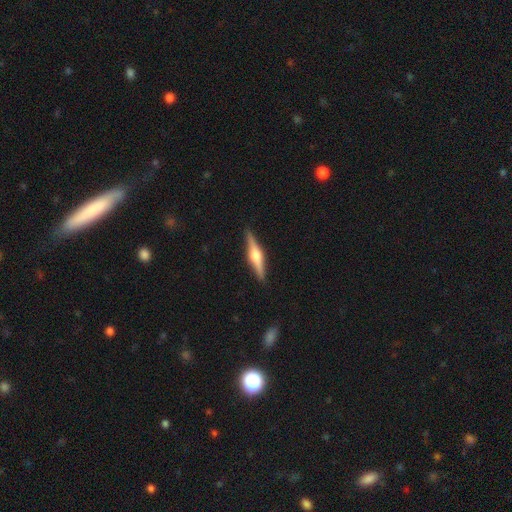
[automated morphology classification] Q: Smooth or featured?
A: featured or disk (72%); runner-up: smooth (23%)
Q: Edge-on disk?
A: yes (98%); runner-up: no (2%)
Q: Edge-on bulge?
A: rounded (91%); runner-up: boxy (7%)
Q: Merging?
A: none (91%); runner-up: minor disturbance (7%)